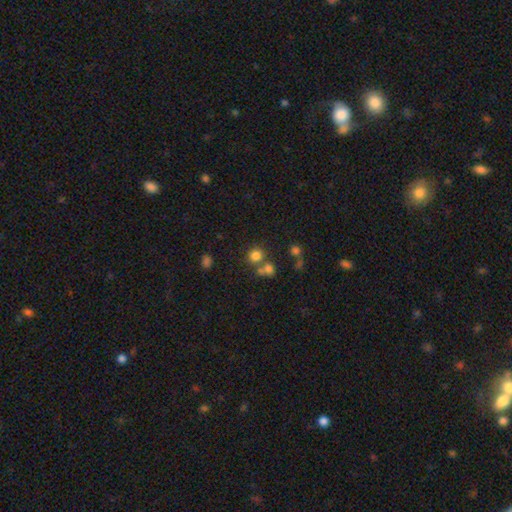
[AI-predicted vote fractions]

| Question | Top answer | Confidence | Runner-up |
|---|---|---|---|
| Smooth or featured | smooth | 77% | star or artifact (15%) |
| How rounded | round | 86% | in between (13%) |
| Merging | none | 61% | merger (27%) |